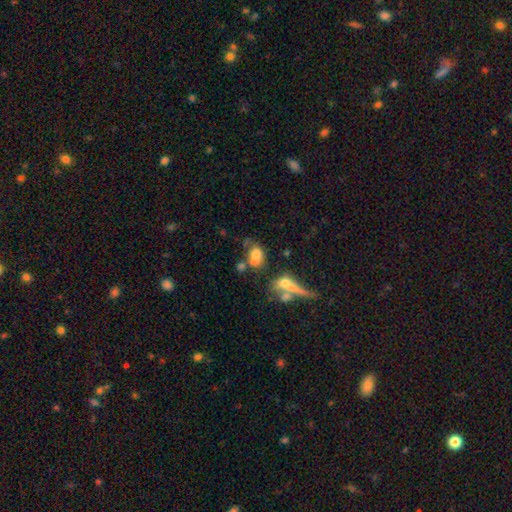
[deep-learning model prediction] Smooth or featured: smooth — 66% (featured or disk — 22%)
How rounded: in between — 58% (round — 39%)
Merging: merger — 49% (none — 29%)